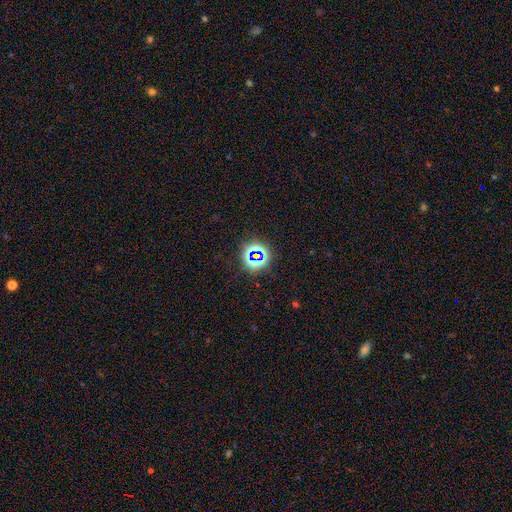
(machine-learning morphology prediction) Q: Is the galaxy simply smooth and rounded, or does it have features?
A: star or artifact — 74%.